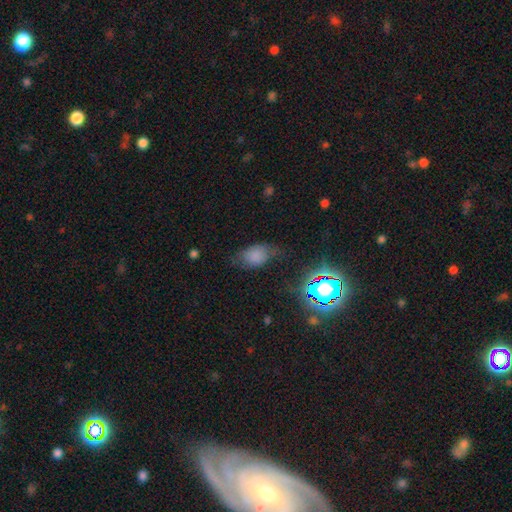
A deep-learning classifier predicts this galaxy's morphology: smooth_or_featured: smooth (p=0.71) [alt: star or artifact p=0.16]
how_rounded: in between (p=0.81) [alt: round p=0.17]
merging: none (p=0.55) [alt: minor disturbance p=0.28]